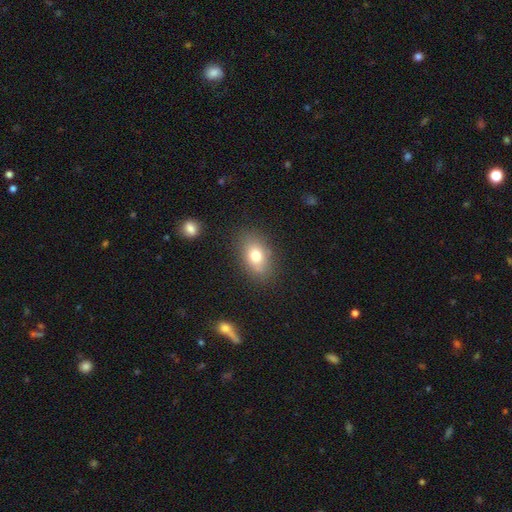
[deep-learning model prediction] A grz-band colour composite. It shows a smooth galaxy with no disk features (75%) that is in between round and cigar-shaped (83%). Merging: none (80%).